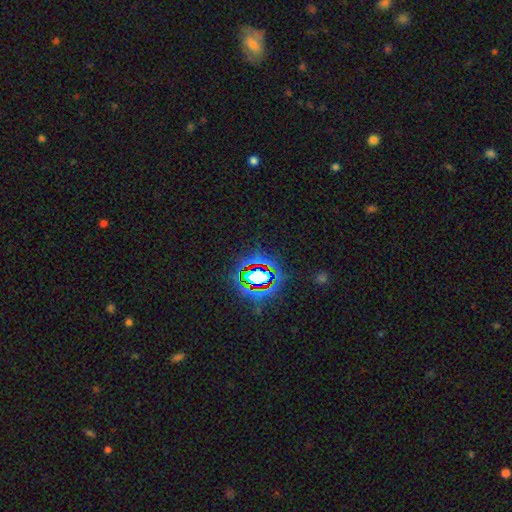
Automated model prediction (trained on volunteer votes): This is likely a star or artifact rather than a galaxy (77%).